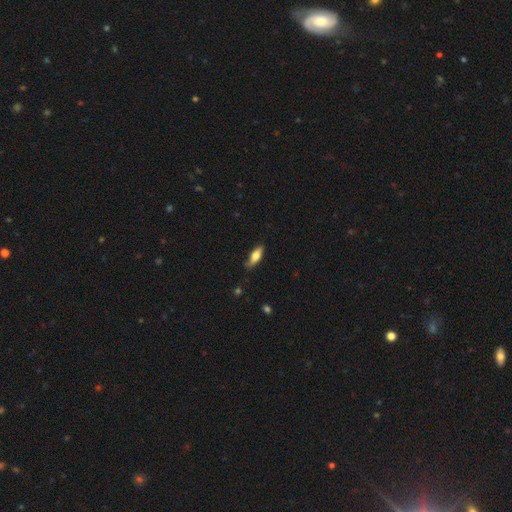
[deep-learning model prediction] A smooth galaxy with no disk features (71%) that is in between round and cigar-shaped (67%).

Vote fractions:
- Smooth or featured? smooth: 71% / featured or disk: 23% / star or artifact: 6%
- How rounded? in between: 67% / cigar-shaped: 31% / round: 3%
- Merging? none: 72% / minor disturbance: 23% / major disturbance: 4% / merger: 1%